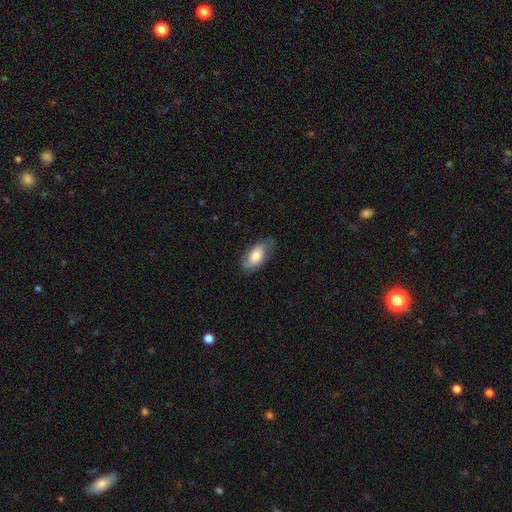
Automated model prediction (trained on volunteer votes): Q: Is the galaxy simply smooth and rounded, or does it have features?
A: smooth — 61%.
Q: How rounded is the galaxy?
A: in between — 90%.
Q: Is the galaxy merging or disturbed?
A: none — 67%.